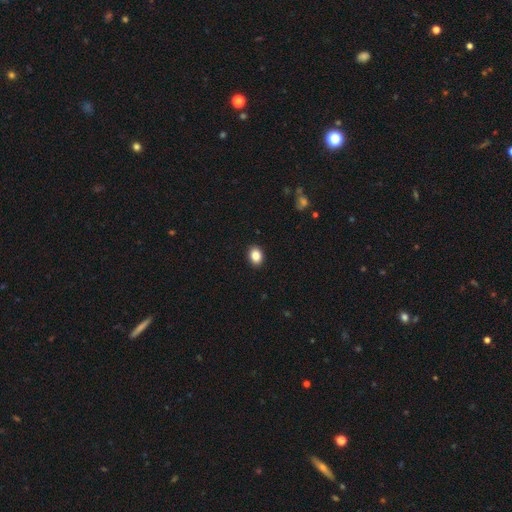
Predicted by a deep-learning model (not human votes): A smooth galaxy with no disk features (86%) that is in between round and cigar-shaped (67%). Merging: none (91%).